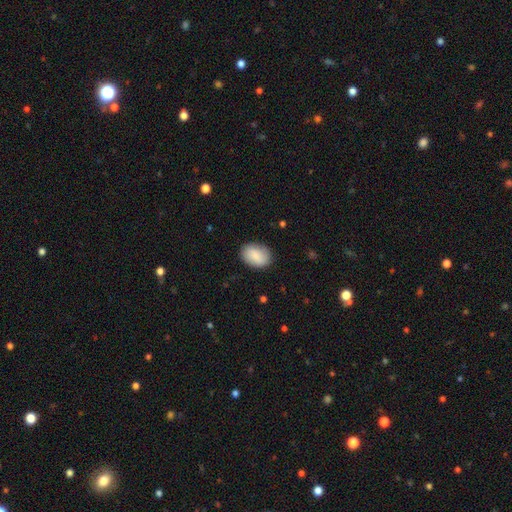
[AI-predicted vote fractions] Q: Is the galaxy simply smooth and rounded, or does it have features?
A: smooth — 84%.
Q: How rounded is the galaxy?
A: in between — 78%.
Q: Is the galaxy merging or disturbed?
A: none — 85%.